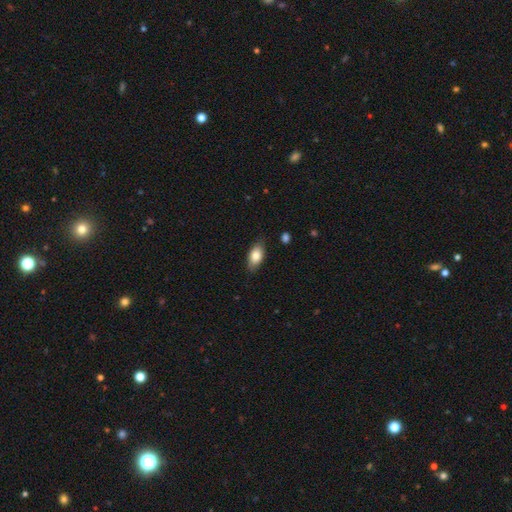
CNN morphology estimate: smooth 81%, featured or disk 12%, star or artifact 7%. Down the decision tree: how rounded — in between (90%); merging — none (83%).